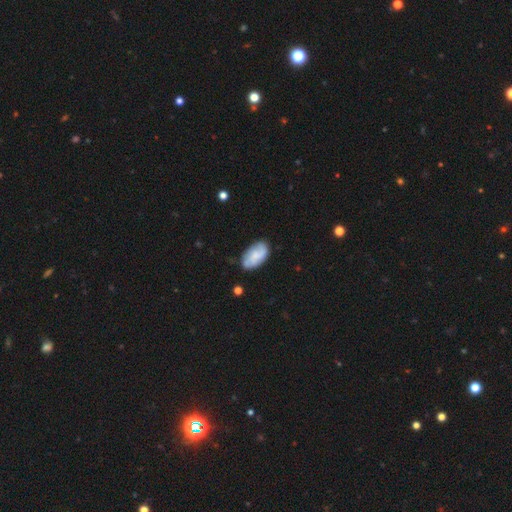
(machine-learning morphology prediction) Smooth or featured? smooth (55%)
How rounded? in between (93%)
Merging? none (72%)